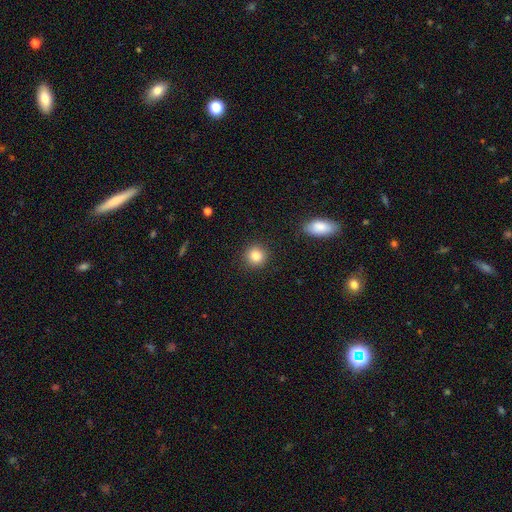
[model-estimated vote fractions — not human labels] smooth 85%, star or artifact 10%, featured or disk 6%. Down the decision tree: how rounded — round (91%); merging — none (91%).